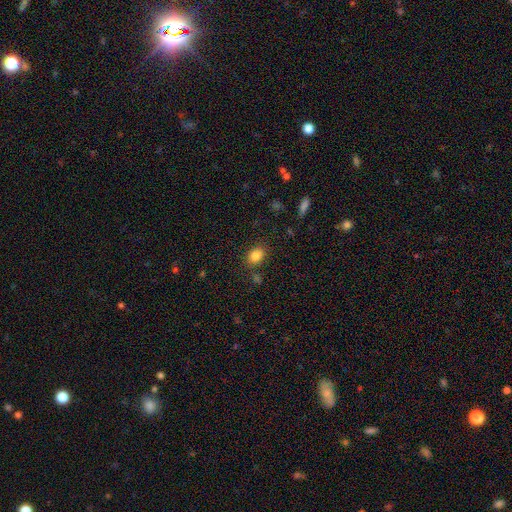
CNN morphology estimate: smooth-or-featured: smooth: 84% | star or artifact: 10% | featured or disk: 6%
  how-rounded: in between: 72% | round: 27% | cigar-shaped: 1%
  merging: none: 81% | minor disturbance: 11% | merger: 4% | major disturbance: 4%